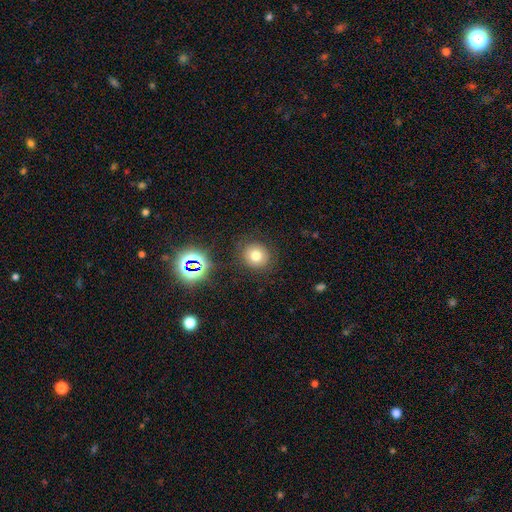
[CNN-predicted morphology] Overall: smooth (73%). How rounded: round (85%). Merging: none (85%).